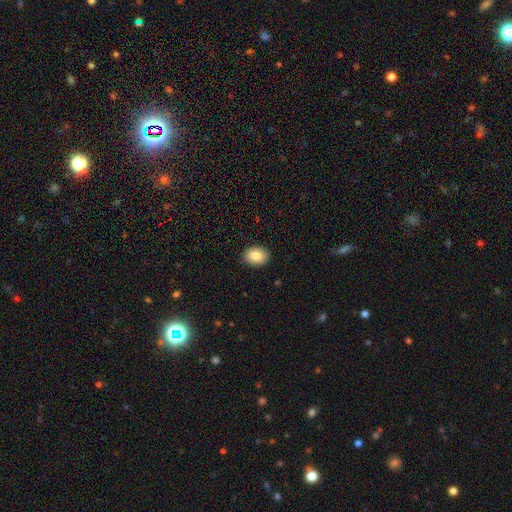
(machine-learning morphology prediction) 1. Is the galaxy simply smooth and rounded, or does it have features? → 86% smooth, 7% star or artifact, 6% featured or disk.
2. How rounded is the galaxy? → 70% in between, 29% round, 1% cigar-shaped.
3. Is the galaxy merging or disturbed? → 90% none, 7% minor disturbance, 2% major disturbance, 1% merger.